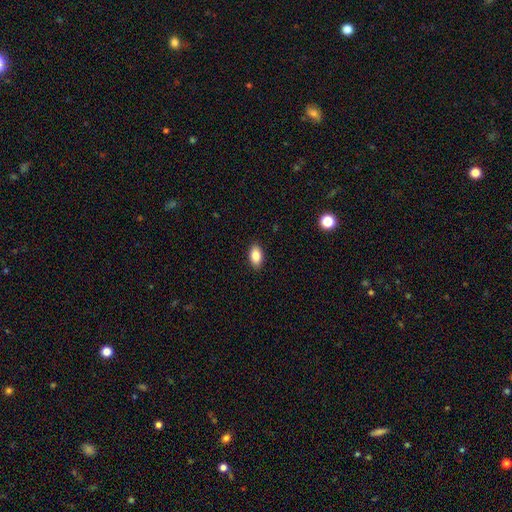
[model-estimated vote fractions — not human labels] Morphology: type=smooth (86%); roundness=in between (91%); merging=none (89%).